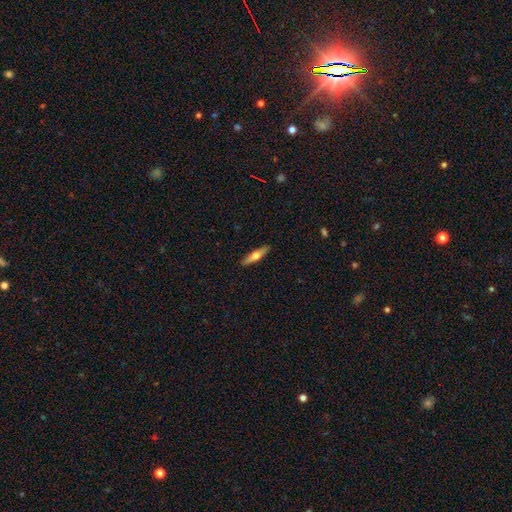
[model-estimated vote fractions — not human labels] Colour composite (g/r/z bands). It shows a smooth galaxy with no disk features (52%) that is cigar-shaped (78%). Merging: none (90%).